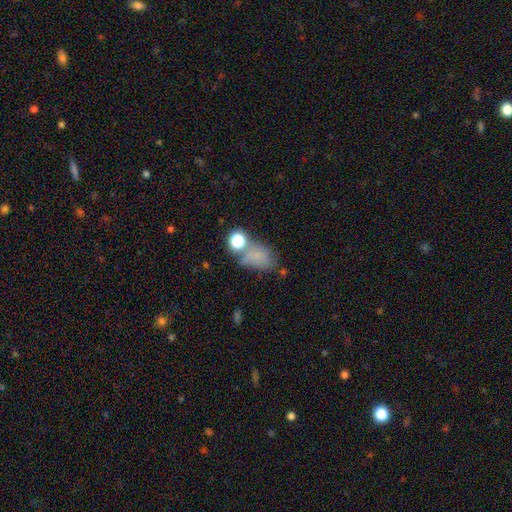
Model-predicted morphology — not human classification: A smooth galaxy with no disk features (67%) that is in between round and cigar-shaped (72%).

Vote fractions:
- Smooth or featured? smooth: 67% / star or artifact: 19% / featured or disk: 14%
- How rounded? in between: 72% / round: 26% / cigar-shaped: 2%
- Merging? none: 39% / merger: 24% / minor disturbance: 22% / major disturbance: 15%